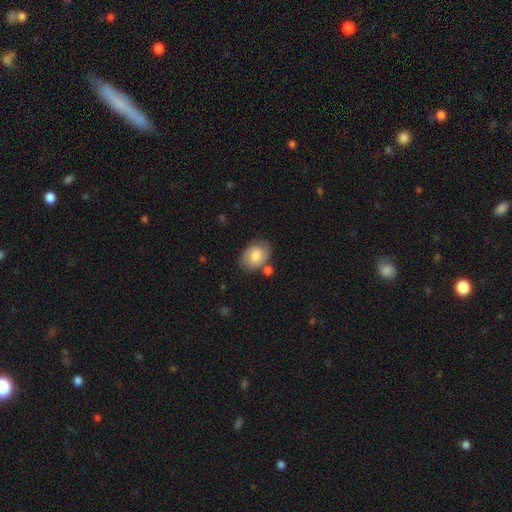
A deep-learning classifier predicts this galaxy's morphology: Overall: smooth (78%). How rounded: in between (80%). Merging: none (72%).